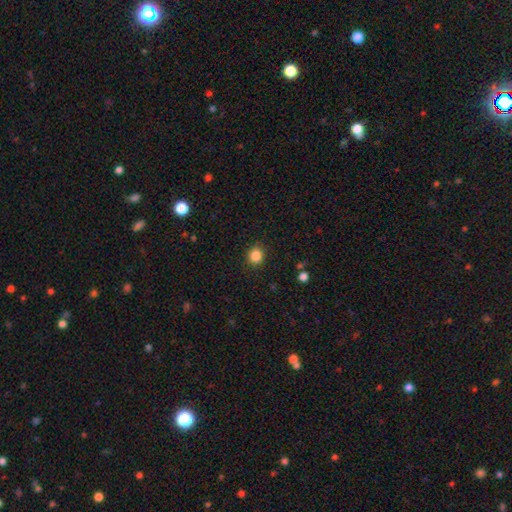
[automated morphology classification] A smooth galaxy with no disk features (86%) that is round (82%).

Vote fractions:
- Smooth or featured? smooth: 86% / star or artifact: 11% / featured or disk: 4%
- How rounded? round: 82% / in between: 17% / cigar-shaped: 1%
- Merging? none: 90% / minor disturbance: 7% / major disturbance: 2% / merger: 1%